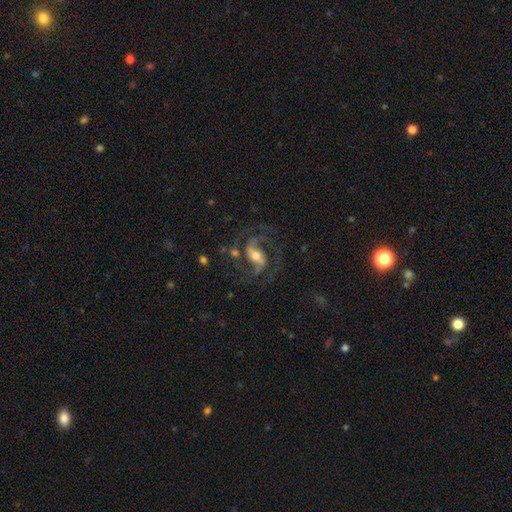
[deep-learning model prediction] A featured or disk galaxy (85%) with a weak bar (43%), 2 (79%) medium (58%) spiral arms (96%) and a moderate central bulge (59%). Merging: none (63%).